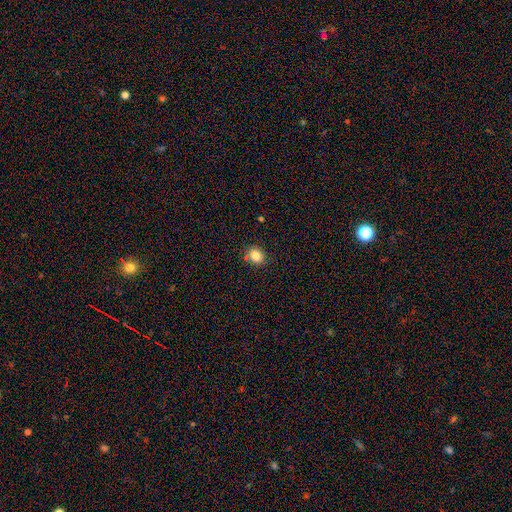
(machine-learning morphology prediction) This is clearly a smooth galaxy (84%). How rounded: possibly round (58%). Merging: likely none (79%).